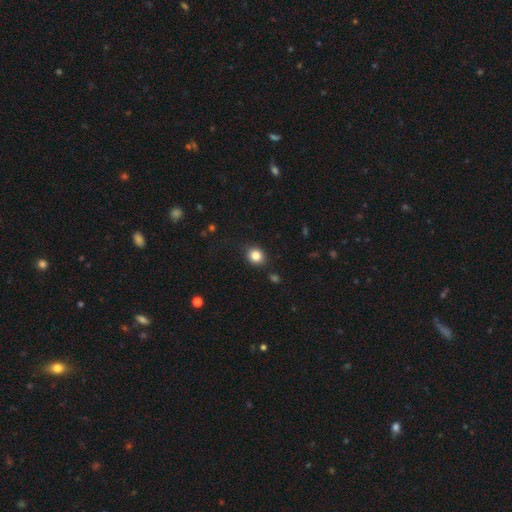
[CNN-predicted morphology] type=smooth (84%); roundness=round (74%); merging=none (86%).